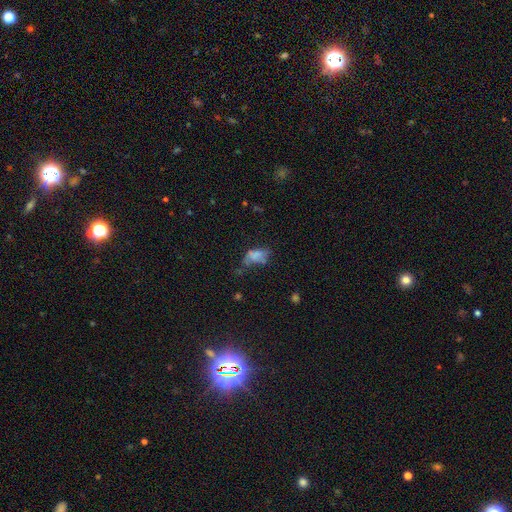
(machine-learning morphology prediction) Smooth or featured? Predicted: smooth (p=0.60). How rounded? Predicted: in between (p=0.87). Merging? Predicted: major disturbance (p=0.31).